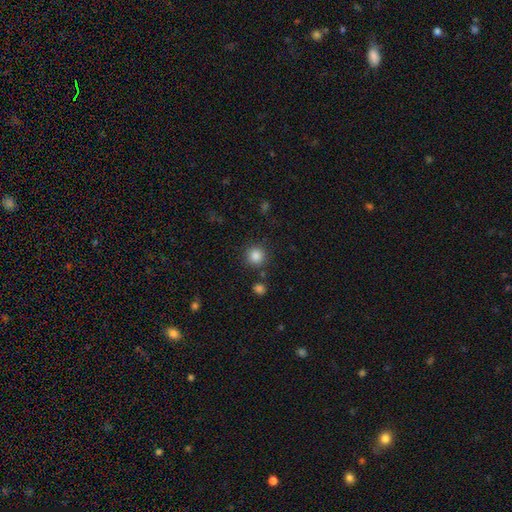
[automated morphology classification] type=smooth (85%); roundness=round (94%); merging=none (87%).